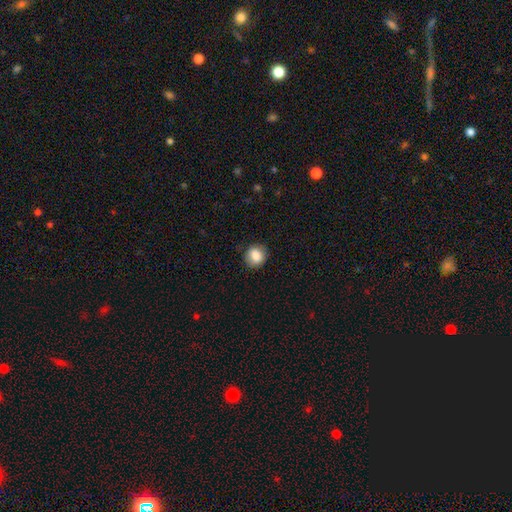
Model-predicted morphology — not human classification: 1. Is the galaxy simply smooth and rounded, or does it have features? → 86% smooth, 8% star or artifact, 6% featured or disk.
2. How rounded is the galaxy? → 75% round, 24% in between, 1% cigar-shaped.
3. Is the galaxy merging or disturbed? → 85% none, 11% minor disturbance, 3% major disturbance, 1% merger.